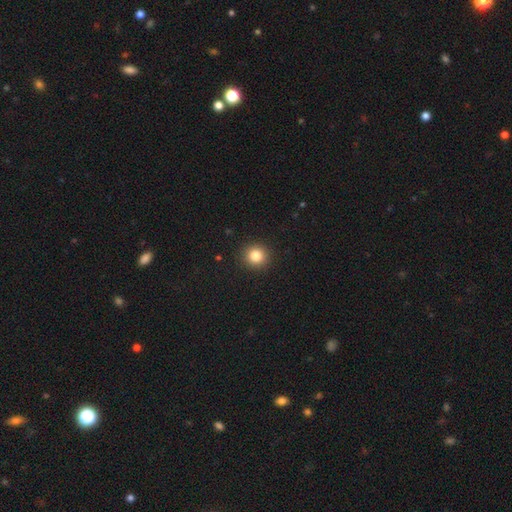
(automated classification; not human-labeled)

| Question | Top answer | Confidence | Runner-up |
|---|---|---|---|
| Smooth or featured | smooth | 84% | star or artifact (11%) |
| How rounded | round | 92% | in between (7%) |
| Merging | none | 92% | minor disturbance (5%) |